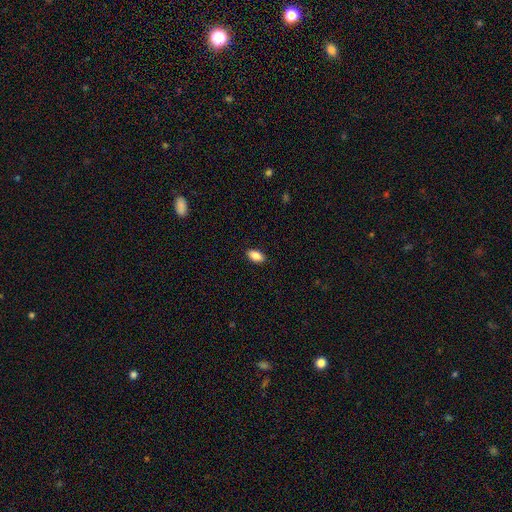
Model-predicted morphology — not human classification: Smooth or featured? Predicted: smooth (p=0.87). How rounded? Predicted: in between (p=0.91). Merging? Predicted: none (p=0.89).